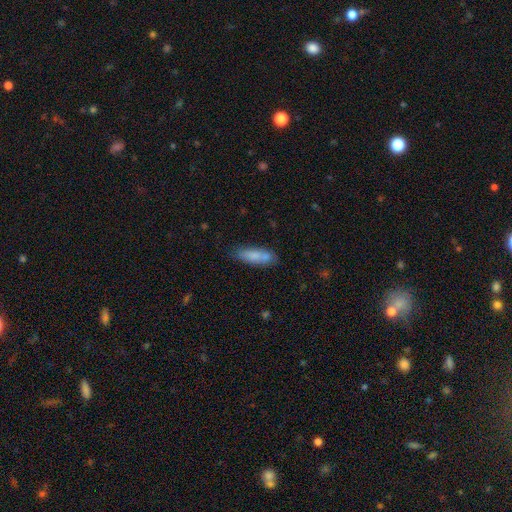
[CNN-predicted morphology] Smooth or featured? smooth (79%)
How rounded? in between (50%)
Merging? none (65%)